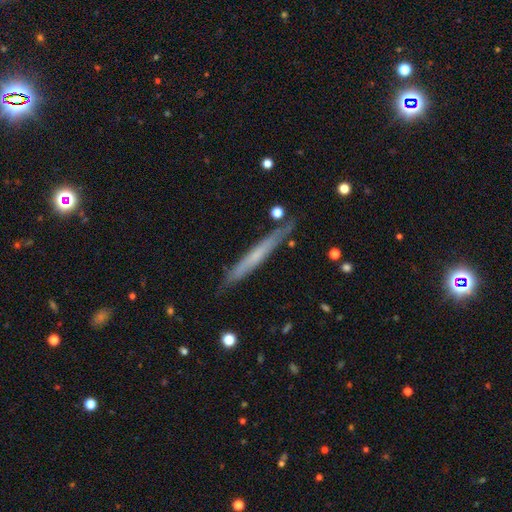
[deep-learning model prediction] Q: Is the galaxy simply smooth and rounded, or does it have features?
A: smooth — 47%.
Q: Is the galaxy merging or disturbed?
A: none — 84%.